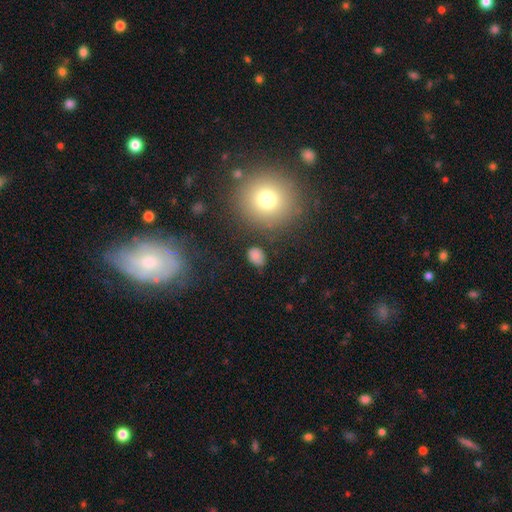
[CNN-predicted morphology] The model was most divided on "how rounded": in between: 59%, round: 40%, cigar-shaped: 1%. More confident: smooth or featured — smooth (79%); merging — none (77%).